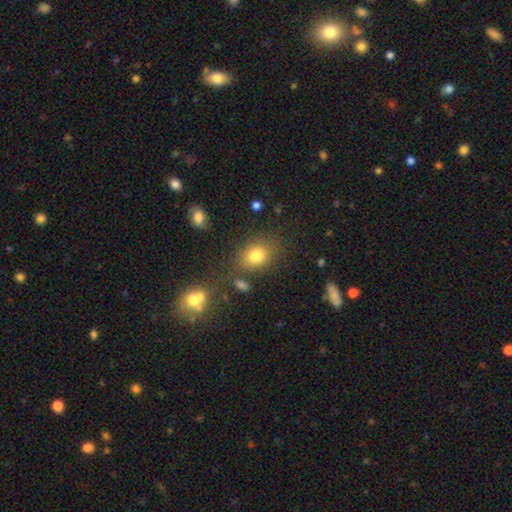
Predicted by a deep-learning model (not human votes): smooth_or_featured: smooth (p=0.79) [alt: star or artifact p=0.12]
how_rounded: in between (p=0.63) [alt: round p=0.36]
merging: none (p=0.74) [alt: minor disturbance p=0.14]